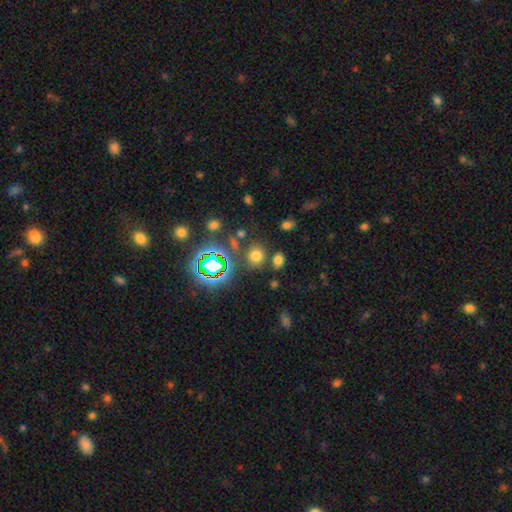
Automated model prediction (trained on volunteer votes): Q: Smooth or featured?
A: smooth (66%); runner-up: star or artifact (26%)
Q: How rounded?
A: round (69%); runner-up: in between (30%)
Q: Merging?
A: none (77%); runner-up: minor disturbance (10%)